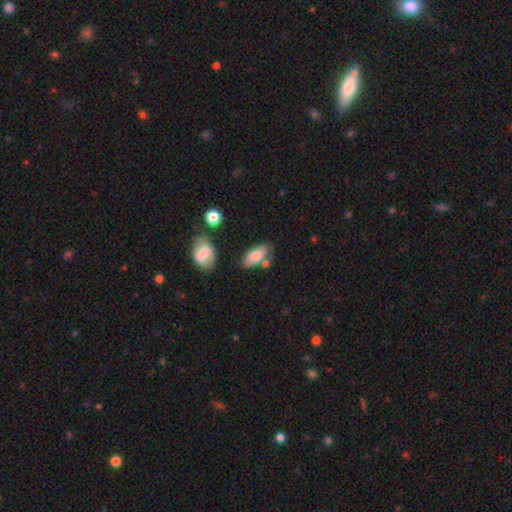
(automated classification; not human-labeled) This is likely a smooth galaxy (77%). How rounded: clearly in between (89%). Merging: likely none (69%).